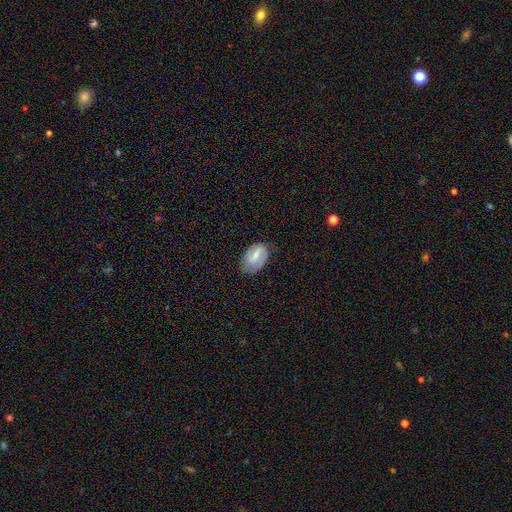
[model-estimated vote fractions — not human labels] featured or disk 49%, smooth 44%, star or artifact 7%. Down the decision tree: merging — none (69%).